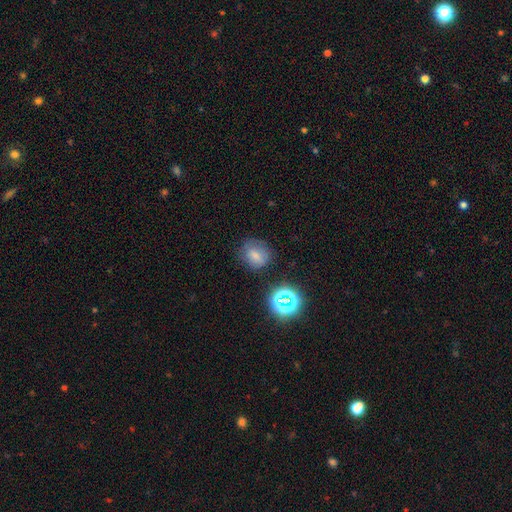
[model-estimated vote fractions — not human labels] Smooth or featured: smooth — 69% (star or artifact — 18%)
How rounded: round — 63% (in between — 36%)
Merging: none — 68% (minor disturbance — 20%)